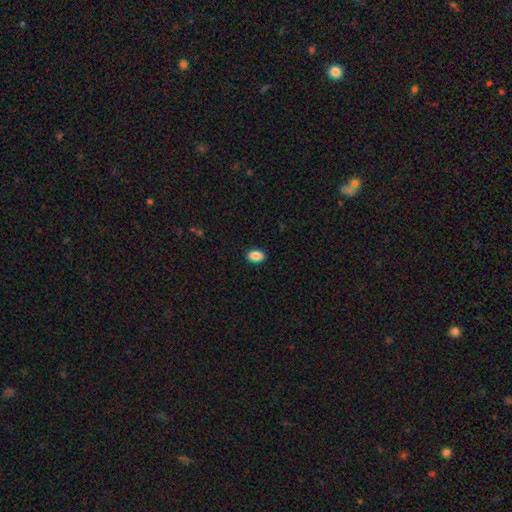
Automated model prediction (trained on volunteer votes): Smooth or featured?
  - smooth: 89% *
  - star or artifact: 8%
  - featured or disk: 3%
How rounded?
  - in between: 86% *
  - round: 13%
  - cigar-shaped: 1%
Merging?
  - none: 90% *
  - minor disturbance: 7%
  - major disturbance: 2%
  - merger: 1%